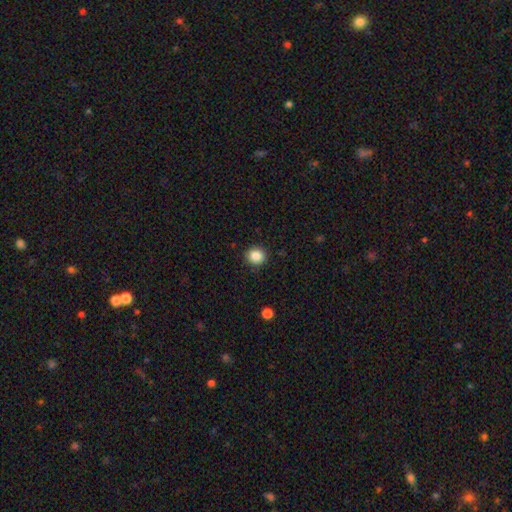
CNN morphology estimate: type=smooth (85%); roundness=round (87%); merging=none (90%).